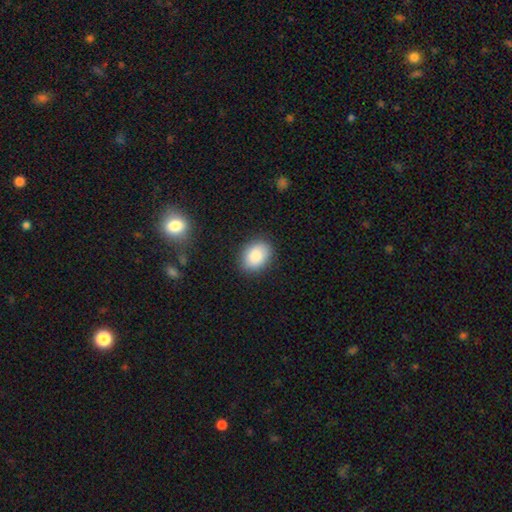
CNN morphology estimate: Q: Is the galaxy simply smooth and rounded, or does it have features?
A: smooth — 88%.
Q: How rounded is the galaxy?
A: in between — 69%.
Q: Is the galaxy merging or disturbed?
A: none — 87%.